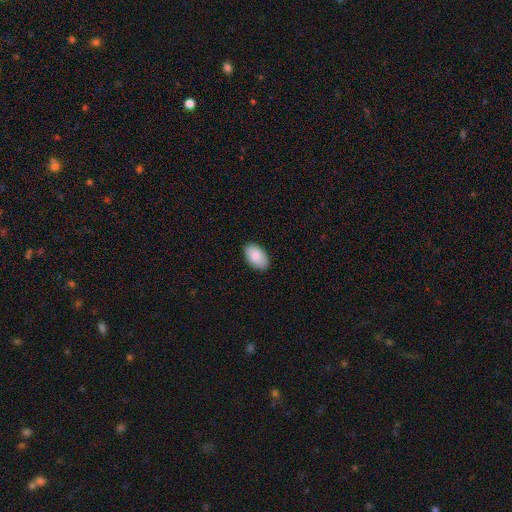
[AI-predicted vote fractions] A smooth galaxy with no disk features (88%) that is in between round and cigar-shaped (95%). Merging: none (88%).